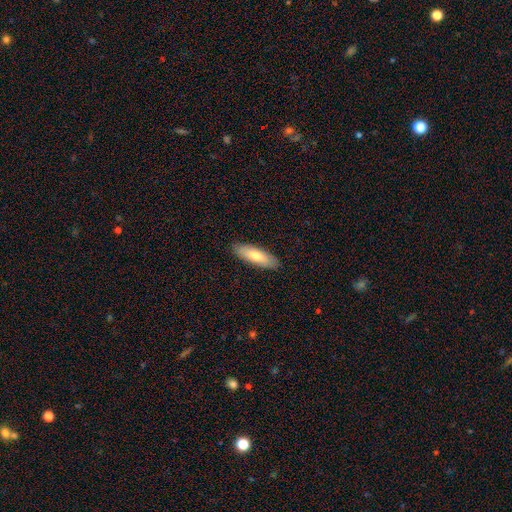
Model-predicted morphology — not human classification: Smooth or featured? smooth (73%)
How rounded? in between (55%)
Merging? none (88%)